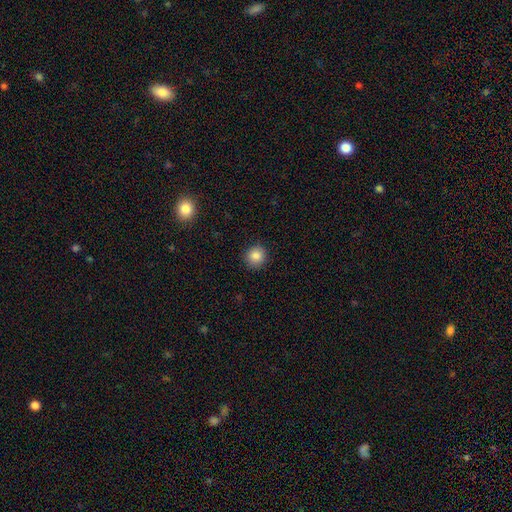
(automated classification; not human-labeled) smooth_or_featured: smooth (p=0.86) [alt: star or artifact p=0.10]
how_rounded: round (p=0.93) [alt: in between p=0.06]
merging: none (p=0.91) [alt: minor disturbance p=0.06]